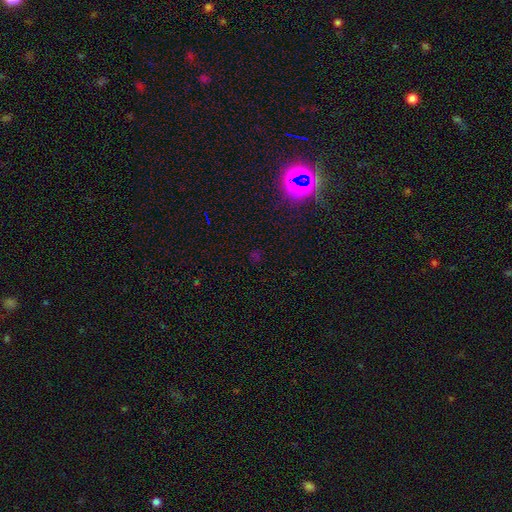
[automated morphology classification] A star or artifact, not a galaxy (63%).

Vote fractions:
- Smooth or featured? star or artifact: 63% / smooth: 30% / featured or disk: 7%